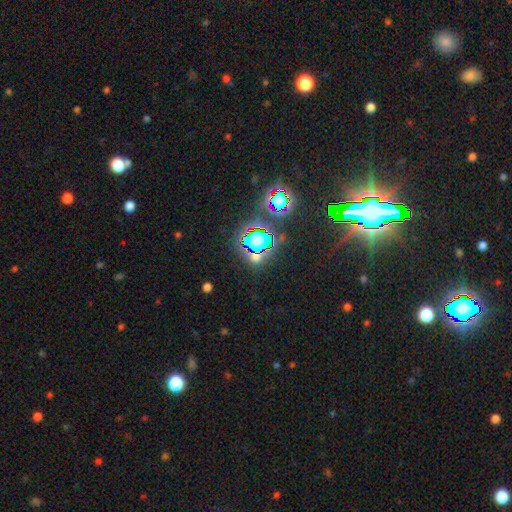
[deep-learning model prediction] This appears to be a star or artifact, not a galaxy (83%).